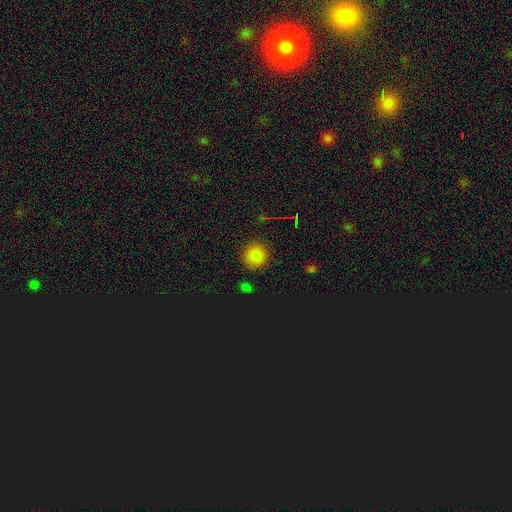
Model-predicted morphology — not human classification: Smooth or featured? Predicted: smooth (p=0.80). How rounded? Predicted: round (p=0.93). Merging? Predicted: none (p=0.88).